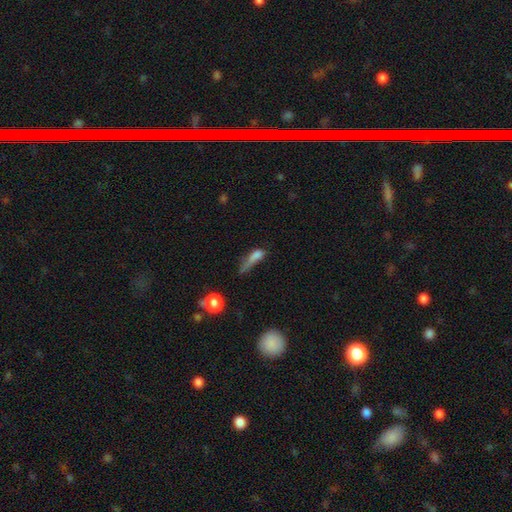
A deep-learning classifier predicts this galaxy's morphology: Smooth or featured? smooth (65%)
How rounded? cigar-shaped (47%)
Merging? major disturbance (41%)